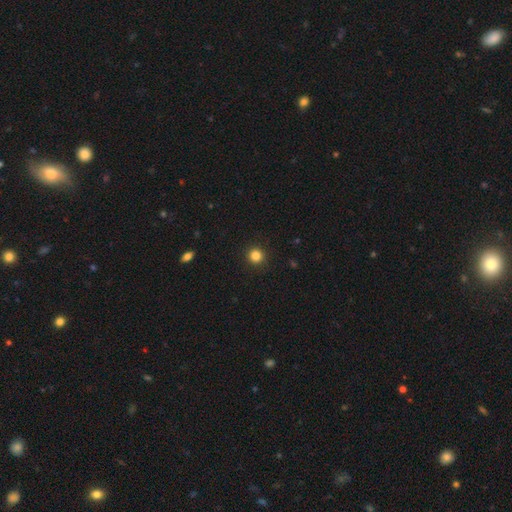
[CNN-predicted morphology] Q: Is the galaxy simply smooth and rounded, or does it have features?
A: smooth — 84%.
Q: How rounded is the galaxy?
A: round — 95%.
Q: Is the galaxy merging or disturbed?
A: none — 92%.